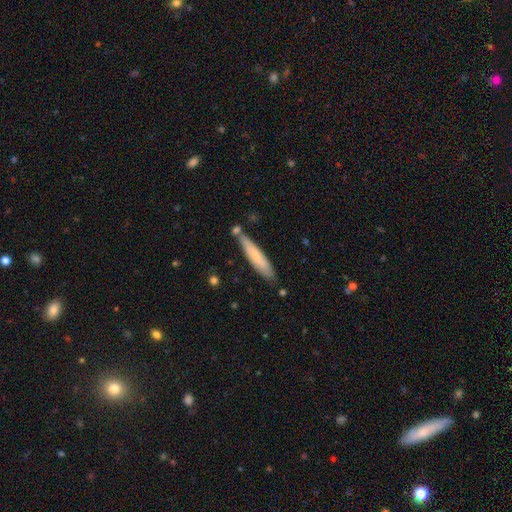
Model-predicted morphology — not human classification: type=smooth (70%); roundness=cigar-shaped (89%); merging=none (71%).